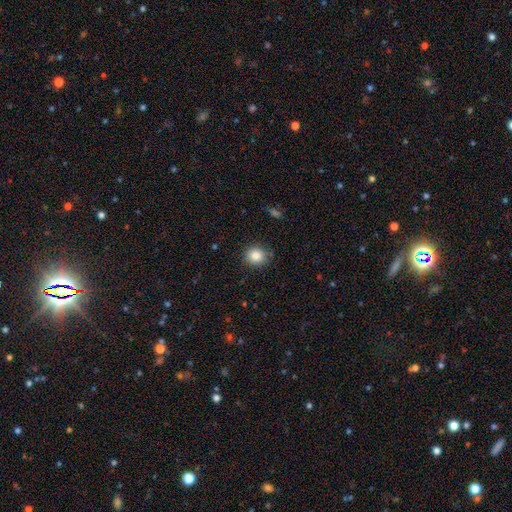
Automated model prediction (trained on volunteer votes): Overall: smooth (85%). How rounded: round (82%). Merging: none (87%).